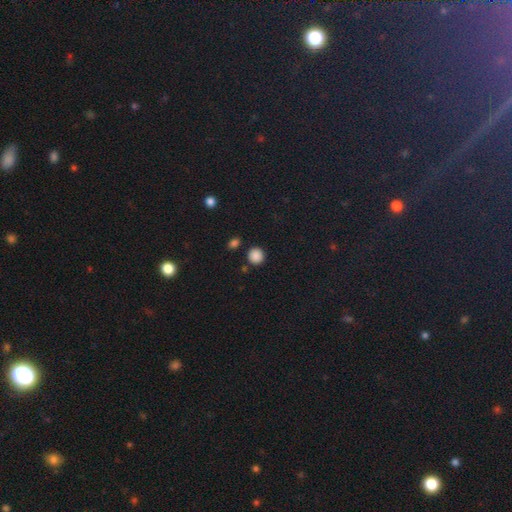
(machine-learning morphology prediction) type=smooth (87%); roundness=round (92%); merging=none (86%).